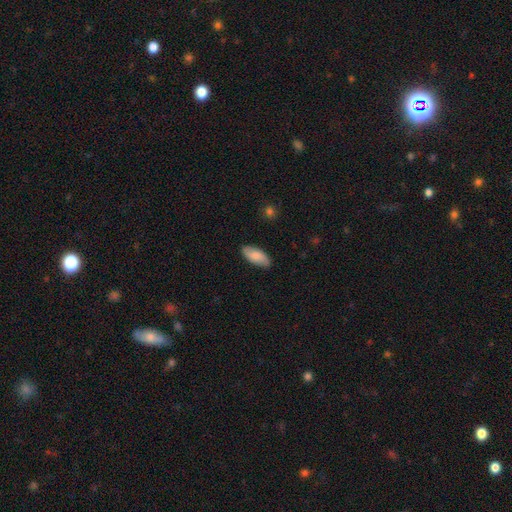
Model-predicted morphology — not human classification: type=smooth (78%); roundness=in between (88%); merging=none (85%).